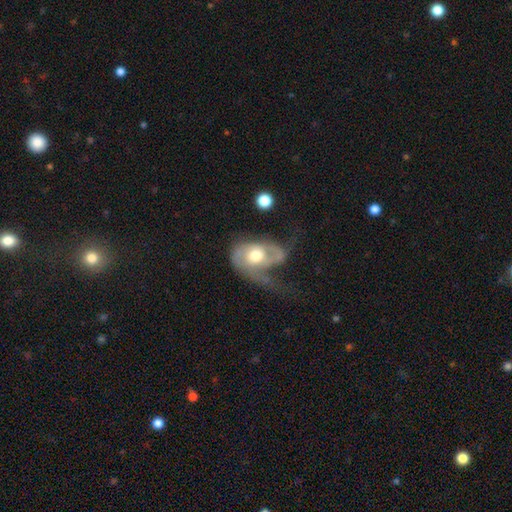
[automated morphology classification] This is likely a featured or disk galaxy (63%). It is clearly not viewed edge-on (95%). Bar: likely no (76%). Spiral arm pattern: likely yes (68%). Central bulge: likely moderate (71%). Merging: possibly major disturbance (58%).